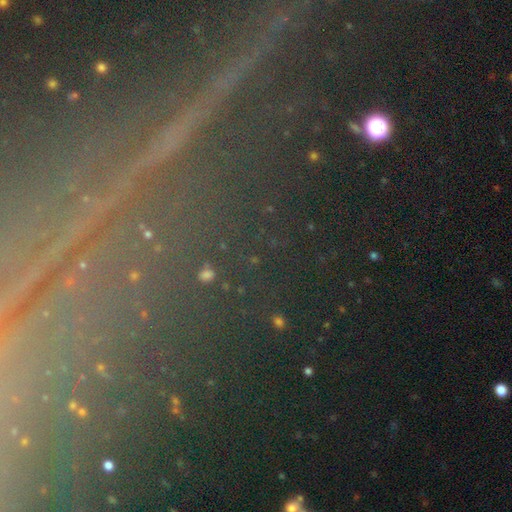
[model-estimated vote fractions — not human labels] This is clearly a star or artifact rather than a galaxy (82%).